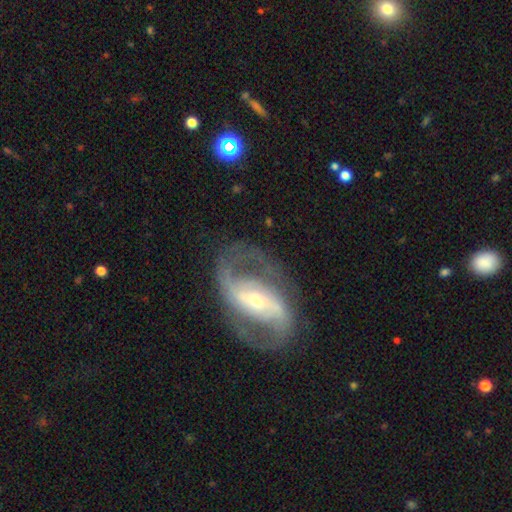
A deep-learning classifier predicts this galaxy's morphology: A featured or disk galaxy (87%) with a strong bar (45%), 2 (90%) medium (50%) spiral arms (92%) and a small central bulge (59%).

Vote fractions:
- Smooth or featured? featured or disk: 87% / smooth: 8% / star or artifact: 6%
- Edge-on disk? no: 96% / yes: 4%
- Bar? strong: 45% / weak: 31% / no: 24%
- Spiral arms? yes: 92% / no: 8%
- Spiral winding? medium: 50% / loose: 28% / tight: 21%
- Spiral arm count? 2: 90% / can't tell: 5% / 1: 2% / 3: 2% / 4: 1% / more than 4: 1%
- Bulge size? small: 59% / moderate: 35% / large: 3% / dominant: 1% / none: 1%
- Merging? none: 75% / minor disturbance: 14% / major disturbance: 10% / merger: 2%